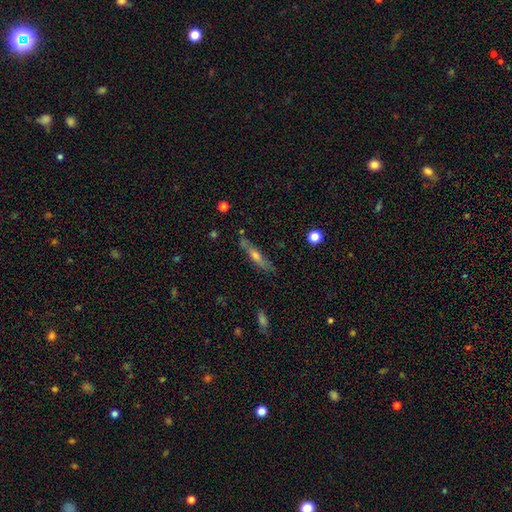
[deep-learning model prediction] This appears to be a featured or disk galaxy (53%) viewed edge-on (87%). Merging: none (79%).